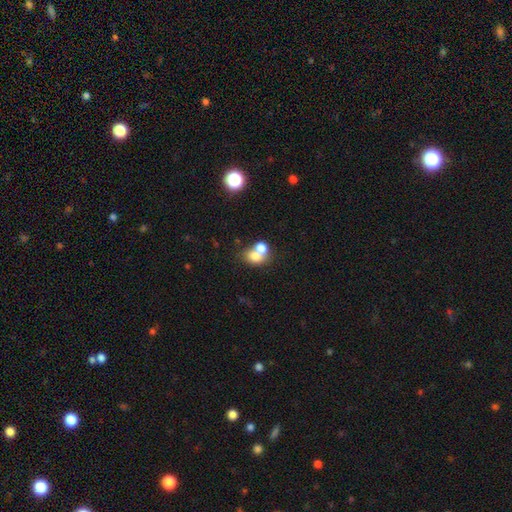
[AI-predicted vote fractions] A smooth galaxy with no disk features (71%) that is round (51%). Merging: merger (61%).